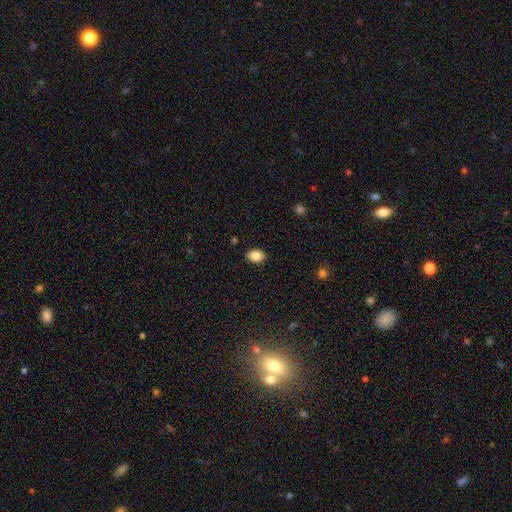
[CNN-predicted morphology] Smooth or featured?
  - smooth: 85% *
  - star or artifact: 8%
  - featured or disk: 7%
How rounded?
  - in between: 80% *
  - round: 19%
  - cigar-shaped: 1%
Merging?
  - none: 89% *
  - minor disturbance: 8%
  - major disturbance: 2%
  - merger: 1%